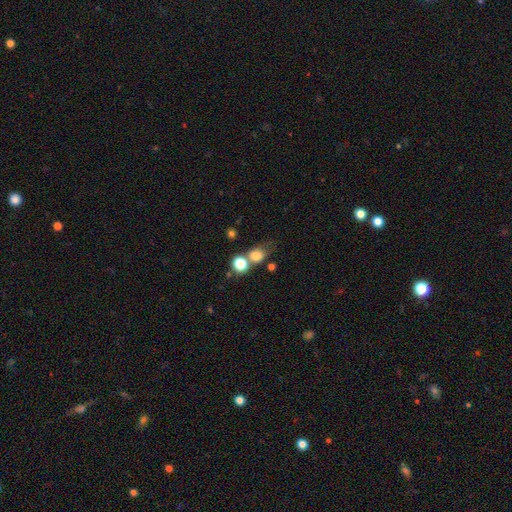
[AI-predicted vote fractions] smooth-or-featured: smooth: 75% | star or artifact: 14% | featured or disk: 11%
  how-rounded: round: 66% | in between: 32% | cigar-shaped: 1%
  merging: none: 44% | merger: 33% | minor disturbance: 14% | major disturbance: 8%